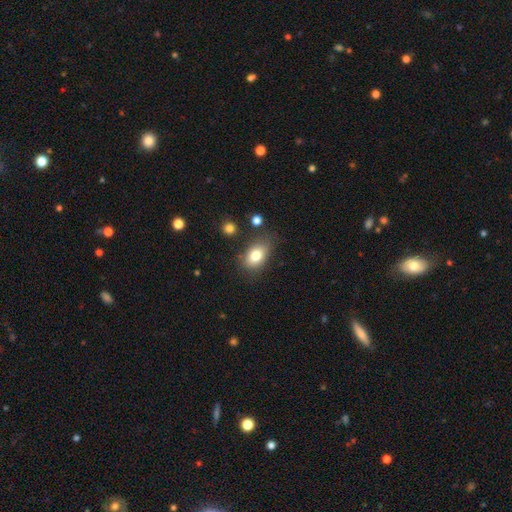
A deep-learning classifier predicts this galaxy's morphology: smooth-or-featured: smooth: 79% | featured or disk: 12% | star or artifact: 9%
  how-rounded: in between: 82% | round: 16% | cigar-shaped: 2%
  merging: none: 70% | minor disturbance: 21% | major disturbance: 6% | merger: 4%